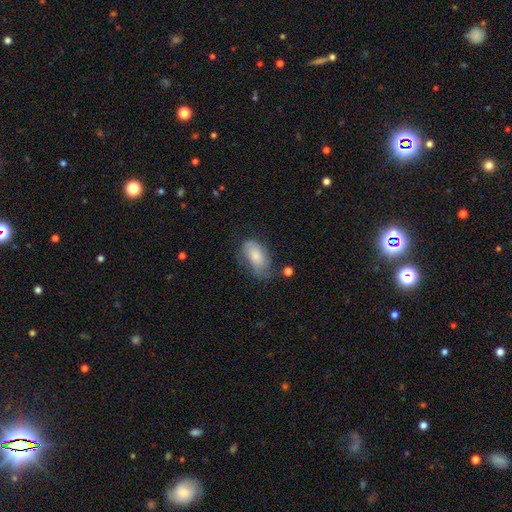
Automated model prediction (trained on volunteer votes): The model was most divided on "merging": none: 45%, minor disturbance: 34%, major disturbance: 17%, merger: 3%. More confident: how rounded — in between (93%); smooth or featured — smooth (67%).